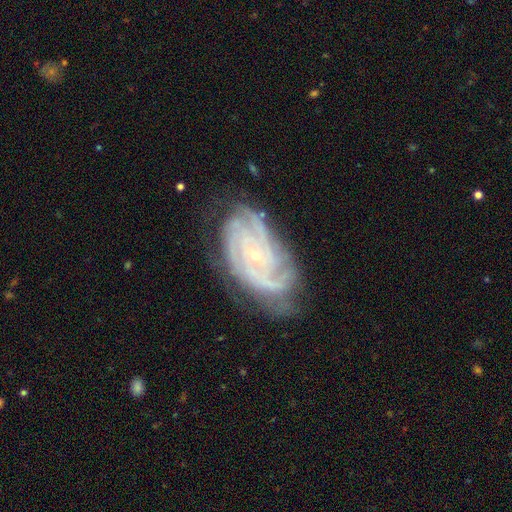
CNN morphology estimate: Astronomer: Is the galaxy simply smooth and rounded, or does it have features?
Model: featured or disk — 87%.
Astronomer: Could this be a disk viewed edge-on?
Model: no — 96%.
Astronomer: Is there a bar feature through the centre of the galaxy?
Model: no — 73%.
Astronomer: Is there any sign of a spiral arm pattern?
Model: yes — 97%.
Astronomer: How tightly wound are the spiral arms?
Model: tight — 70%.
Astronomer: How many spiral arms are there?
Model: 3 — 26% (runner-up: 4, 24%).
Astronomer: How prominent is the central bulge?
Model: small — 80%.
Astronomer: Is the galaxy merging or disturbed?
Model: none — 67%.